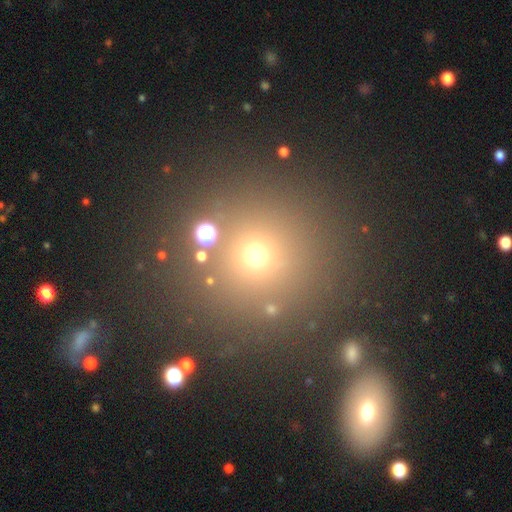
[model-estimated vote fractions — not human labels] Q: Smooth or featured?
A: smooth (62%); runner-up: star or artifact (29%)
Q: How rounded?
A: round (90%); runner-up: in between (9%)
Q: Merging?
A: none (79%); runner-up: merger (9%)